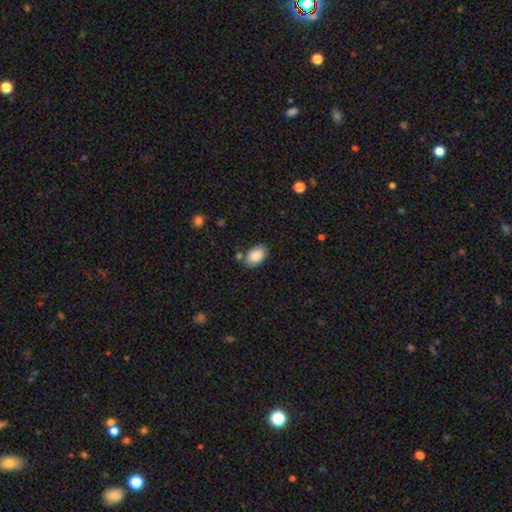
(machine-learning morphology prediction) This is clearly a smooth galaxy (88%). How rounded: clearly in between (92%). Merging: likely none (78%).